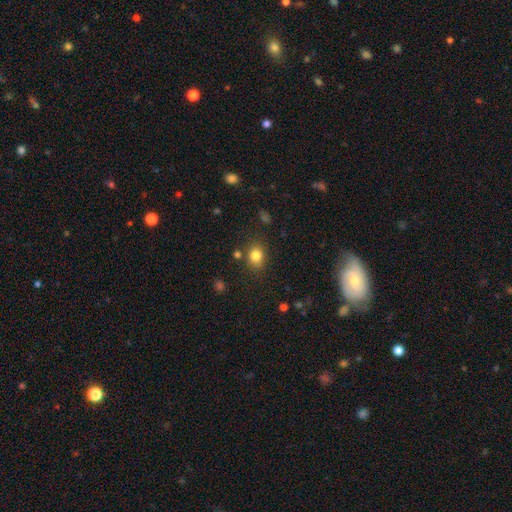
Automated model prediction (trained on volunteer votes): Smooth or featured: smooth — 81% (star or artifact — 12%)
How rounded: round — 54% (in between — 45%)
Merging: none — 79% (minor disturbance — 12%)